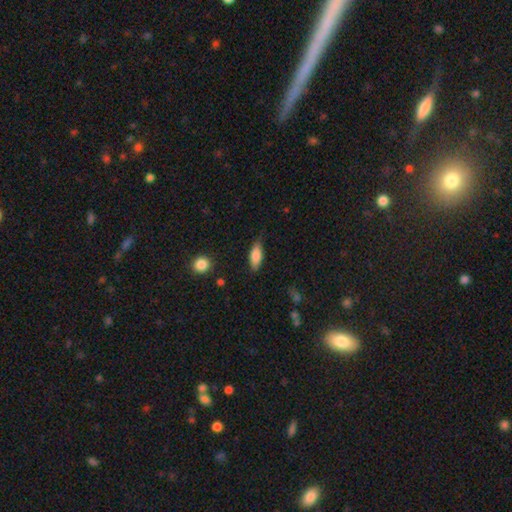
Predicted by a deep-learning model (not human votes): smooth 80%, featured or disk 14%, star or artifact 7%. Down the decision tree: how rounded — in between (74%); merging — none (71%).